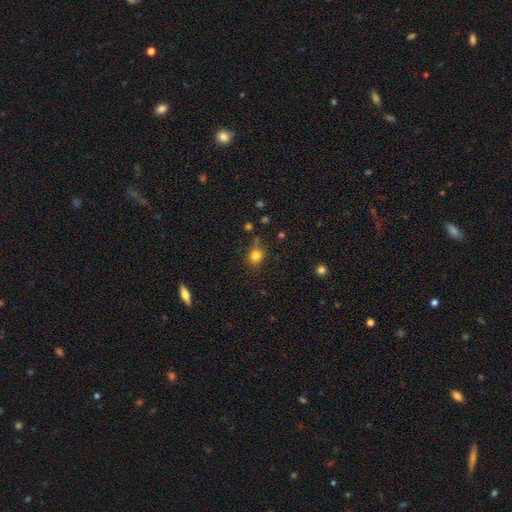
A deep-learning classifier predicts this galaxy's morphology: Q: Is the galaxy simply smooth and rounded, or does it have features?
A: smooth — 81%.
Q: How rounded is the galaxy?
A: round — 72%.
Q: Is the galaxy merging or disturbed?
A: none — 69%.